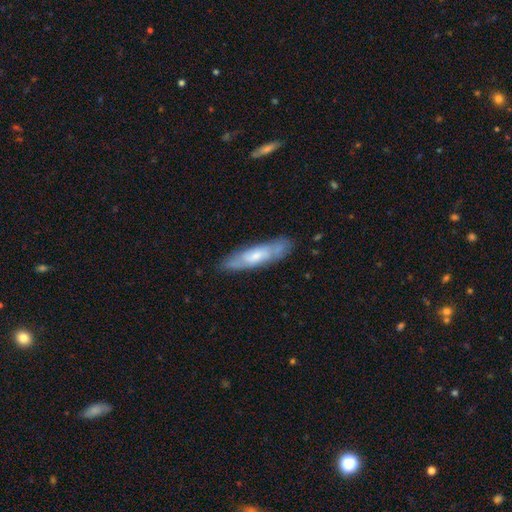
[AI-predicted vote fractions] Smooth or featured? featured or disk (48%)
Merging? none (79%)